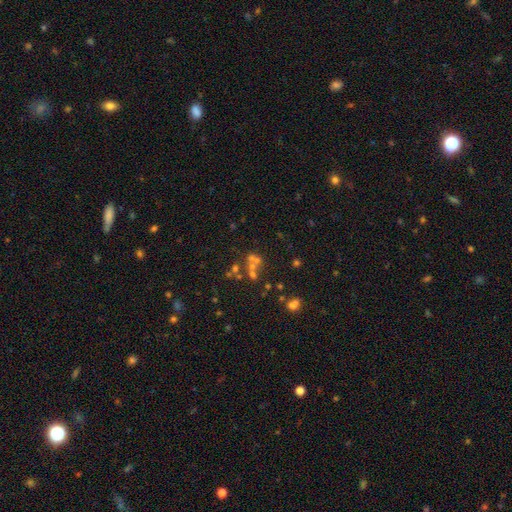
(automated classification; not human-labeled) The model was most divided on "smooth or featured": star or artifact: 51%, smooth: 29%, featured or disk: 20%.